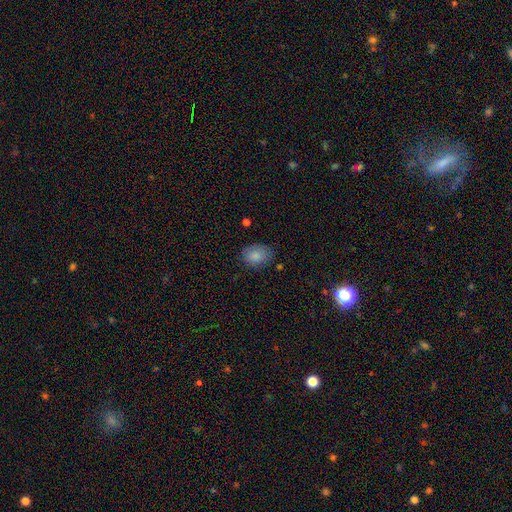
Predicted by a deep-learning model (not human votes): Smooth or featured? Predicted: smooth (p=0.85). How rounded? Predicted: in between (p=0.76). Merging? Predicted: none (p=0.75).